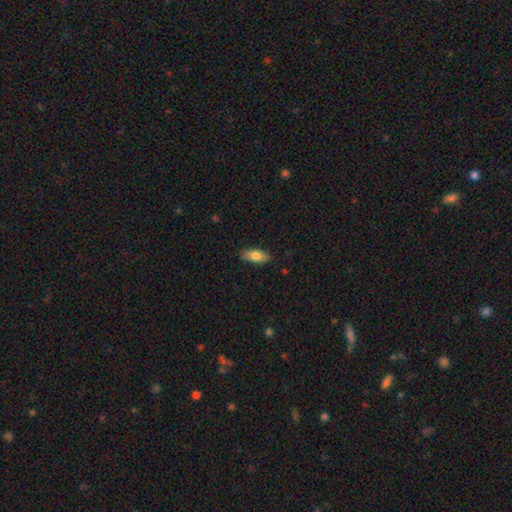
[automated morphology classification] Smooth or featured? Predicted: smooth (p=0.79). How rounded? Predicted: in between (p=0.84). Merging? Predicted: none (p=0.86).